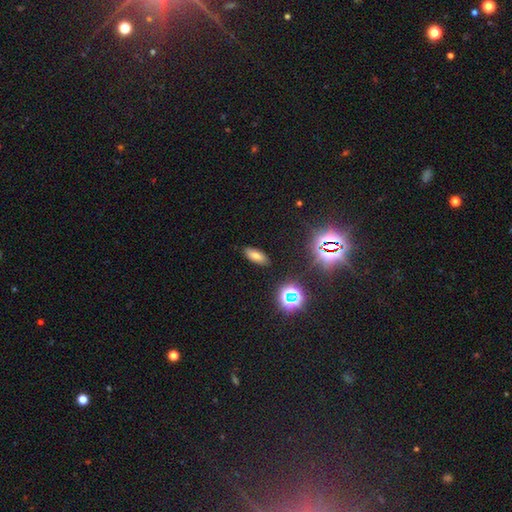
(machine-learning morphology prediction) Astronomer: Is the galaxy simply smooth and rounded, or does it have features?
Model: smooth — 67%.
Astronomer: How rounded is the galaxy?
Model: in between — 81%.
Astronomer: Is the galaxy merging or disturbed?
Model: none — 88%.